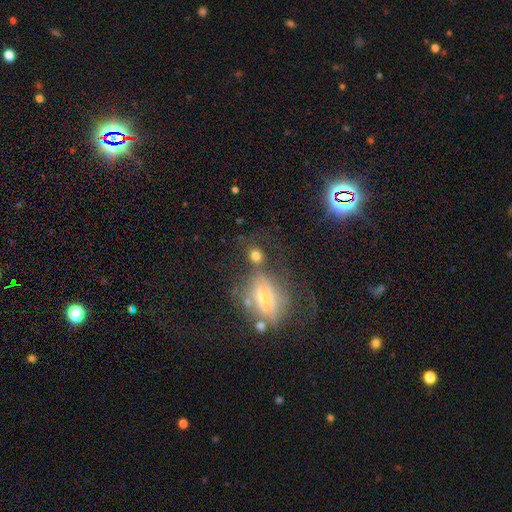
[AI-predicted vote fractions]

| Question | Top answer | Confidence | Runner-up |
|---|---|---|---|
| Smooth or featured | smooth | 64% | featured or disk (20%) |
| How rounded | round | 75% | in between (23%) |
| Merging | none | 67% | minor disturbance (13%) |